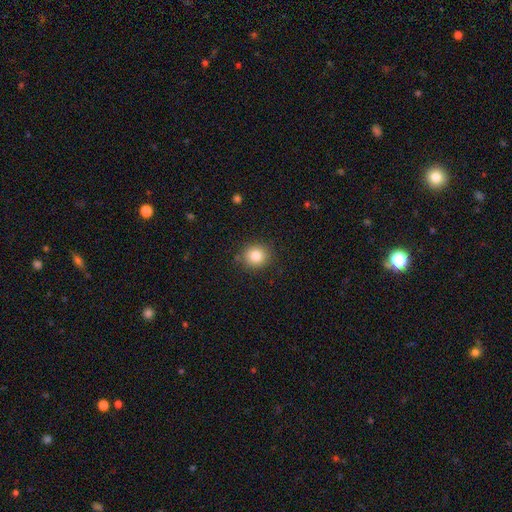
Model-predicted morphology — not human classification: The model was most divided on "how rounded": round: 85%, in between: 14%, cigar-shaped: 1%. More confident: merging — none (87%); smooth or featured — smooth (83%).